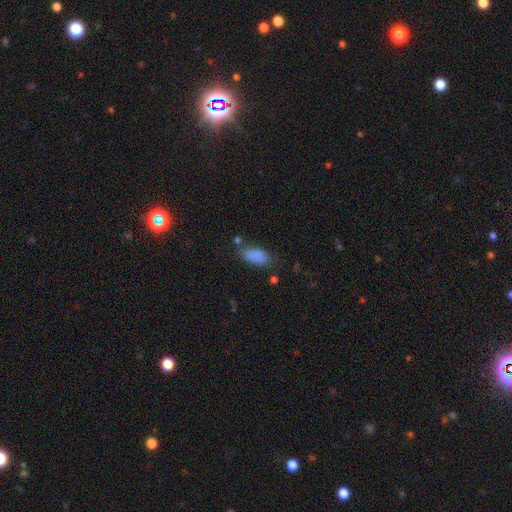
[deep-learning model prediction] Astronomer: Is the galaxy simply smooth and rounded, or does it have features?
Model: smooth — 85%.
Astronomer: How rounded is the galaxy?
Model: in between — 89%.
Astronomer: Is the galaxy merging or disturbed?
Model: none — 63%.